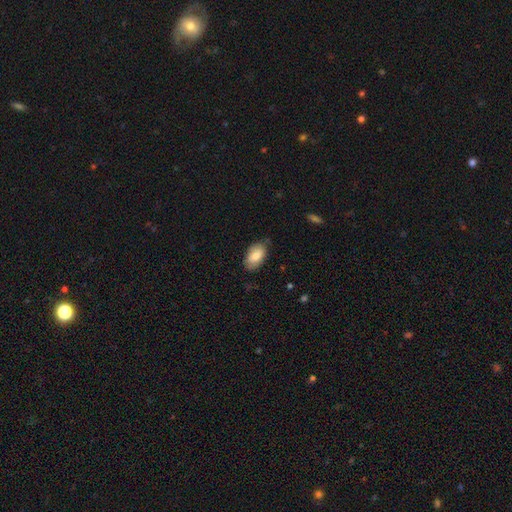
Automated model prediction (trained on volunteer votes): Overall: smooth (78%). How rounded: in between (94%). Merging: none (76%).